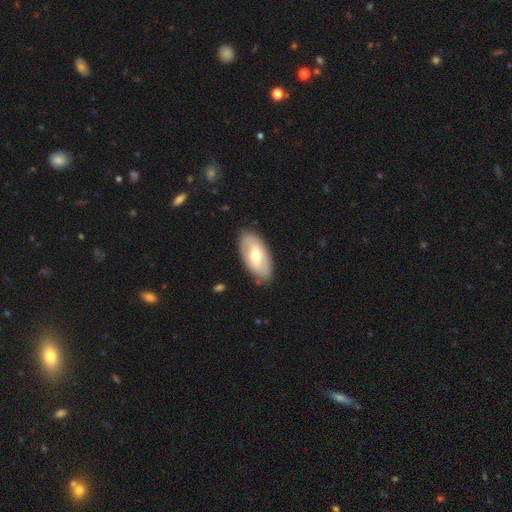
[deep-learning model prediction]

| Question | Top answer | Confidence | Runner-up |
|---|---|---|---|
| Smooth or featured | smooth | 52% | featured or disk (43%) |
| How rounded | in between | 93% | cigar-shaped (4%) |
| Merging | none | 85% | minor disturbance (11%) |